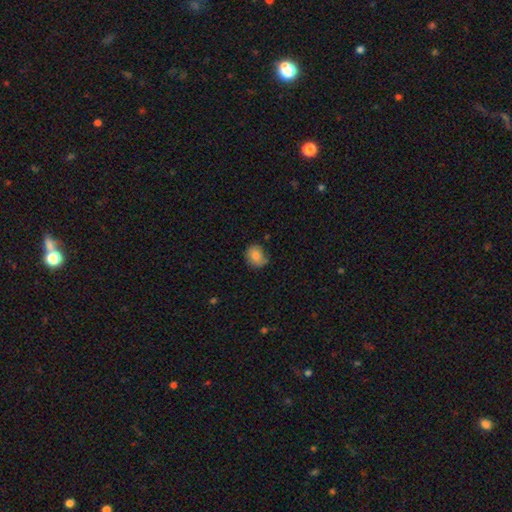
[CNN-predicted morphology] The model was most divided on "merging": none: 65%, minor disturbance: 27%, major disturbance: 6%, merger: 2%. More confident: smooth or featured — smooth (77%); how rounded — round (75%).